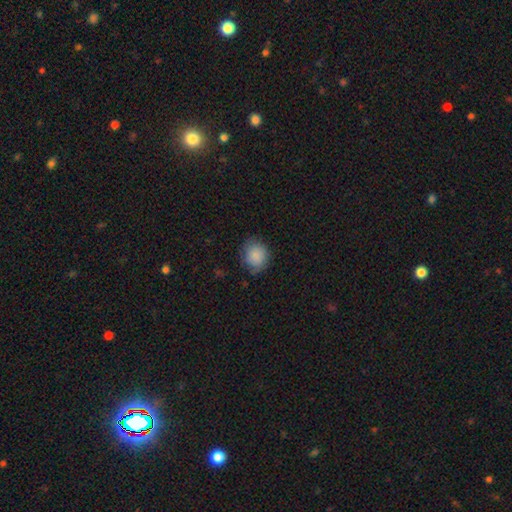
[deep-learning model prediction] Smooth or featured?
  - smooth: 86% *
  - star or artifact: 7%
  - featured or disk: 6%
How rounded?
  - round: 74% *
  - in between: 25%
  - cigar-shaped: 1%
Merging?
  - none: 72% *
  - minor disturbance: 22%
  - major disturbance: 5%
  - merger: 1%